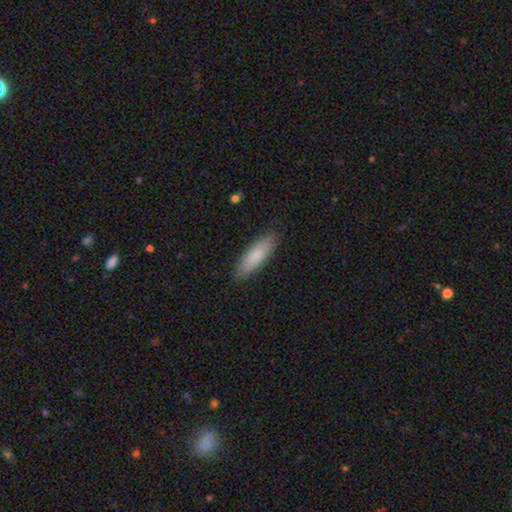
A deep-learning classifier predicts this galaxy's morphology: Q: Smooth or featured?
A: smooth (82%); runner-up: featured or disk (12%)
Q: How rounded?
A: cigar-shaped (57%); runner-up: in between (41%)
Q: Merging?
A: none (89%); runner-up: minor disturbance (9%)